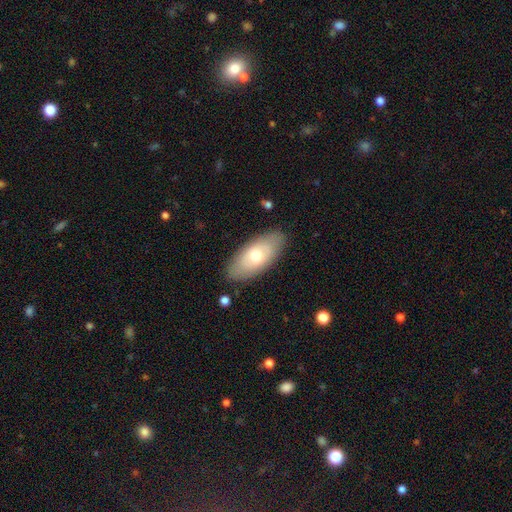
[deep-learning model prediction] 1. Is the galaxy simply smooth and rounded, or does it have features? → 64% smooth, 30% featured or disk, 6% star or artifact.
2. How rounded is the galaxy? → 89% in between, 9% cigar-shaped, 3% round.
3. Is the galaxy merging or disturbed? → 85% none, 11% minor disturbance, 3% major disturbance, 1% merger.